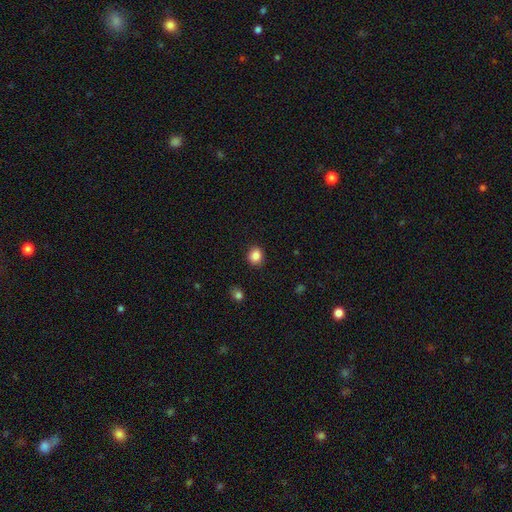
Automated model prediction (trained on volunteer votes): Q: Smooth or featured?
A: smooth (86%); runner-up: star or artifact (10%)
Q: How rounded?
A: round (80%); runner-up: in between (19%)
Q: Merging?
A: none (90%); runner-up: minor disturbance (7%)